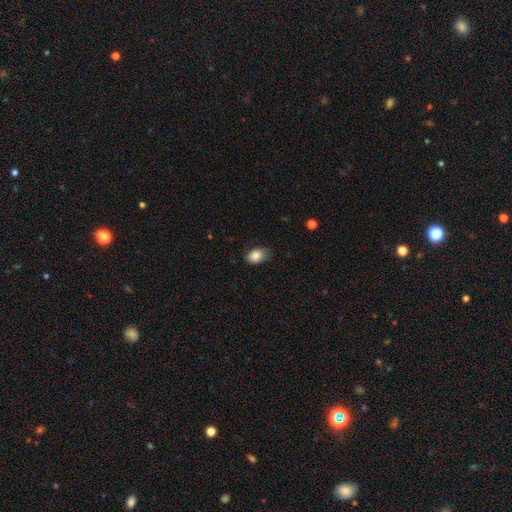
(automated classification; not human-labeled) Morphology: type=smooth (86%); roundness=in between (85%); merging=none (75%).